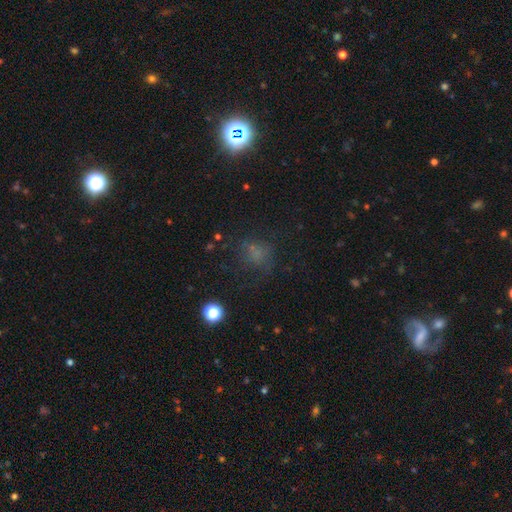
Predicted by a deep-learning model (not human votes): Smooth or featured?
  - smooth: 50% *
  - star or artifact: 35%
  - featured or disk: 15%
How rounded?
  - round: 66% *
  - in between: 32%
  - cigar-shaped: 2%
Merging?
  - none: 63% *
  - minor disturbance: 19%
  - major disturbance: 15%
  - merger: 3%